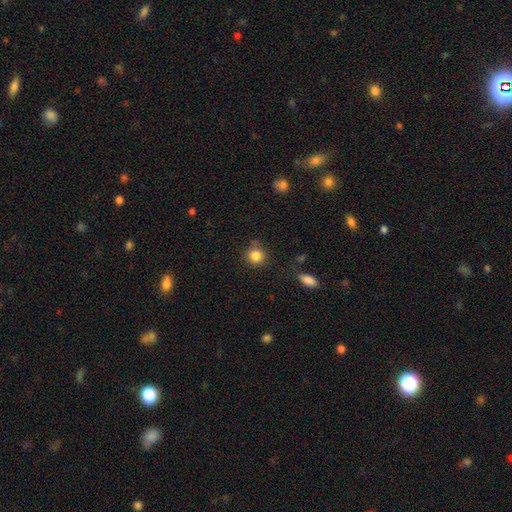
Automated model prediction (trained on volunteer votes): Smooth or featured? smooth (85%)
How rounded? round (90%)
Merging? none (75%)